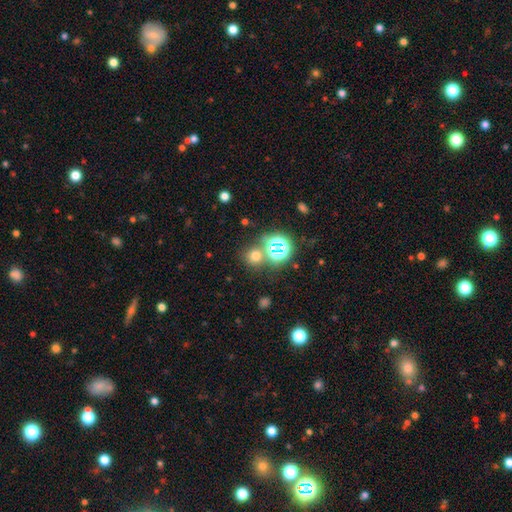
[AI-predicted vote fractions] Smooth or featured: smooth — 60% (star or artifact — 33%)
How rounded: round — 88% (in between — 11%)
Merging: none — 74% (merger — 15%)